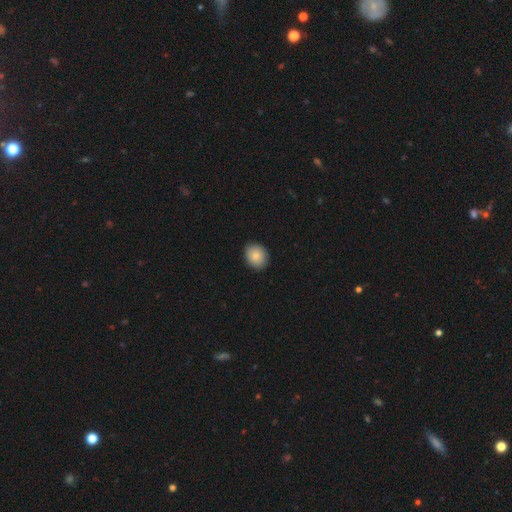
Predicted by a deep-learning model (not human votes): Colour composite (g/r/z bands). It shows a smooth galaxy with no disk features (86%) that is round (63%). Merging: none (90%).